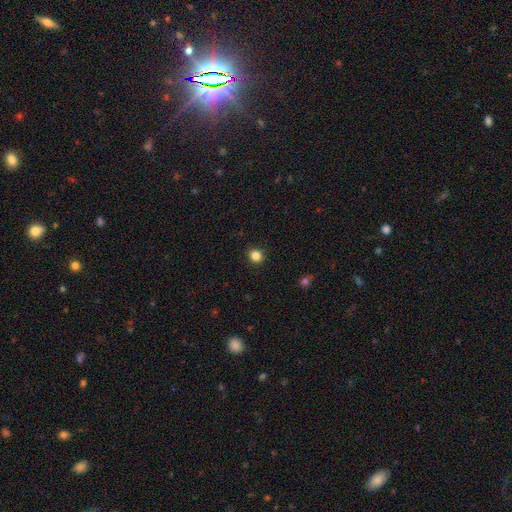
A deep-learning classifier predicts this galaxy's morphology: Smooth or featured? smooth (85%)
How rounded? round (77%)
Merging? none (90%)